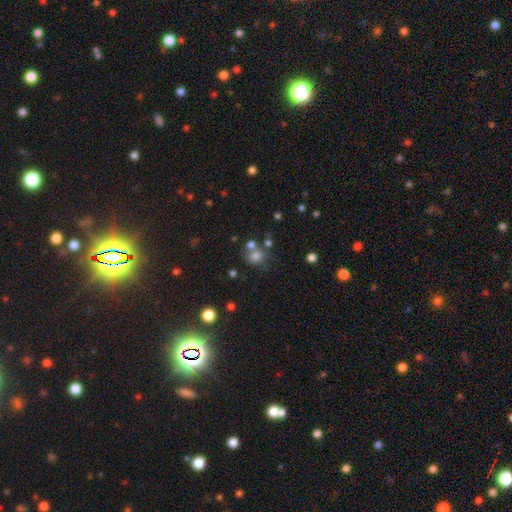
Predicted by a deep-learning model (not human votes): A smooth galaxy with no disk features (72%) that is round (72%). Merging: none (50%).